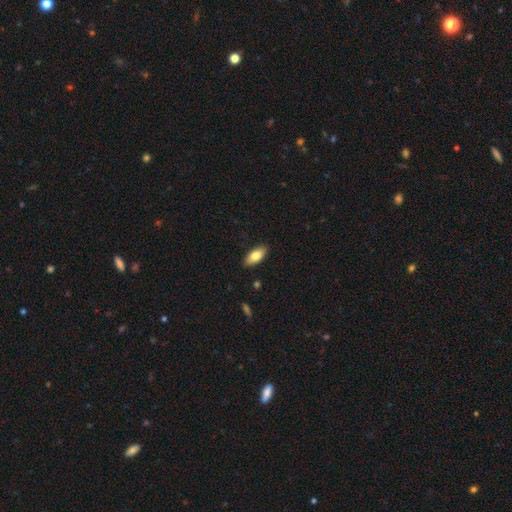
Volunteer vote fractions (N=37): smooth 78%, featured or disk 16%, star or artifact 5%. Down the decision tree: how rounded — in between (90%); merging — none (83%).